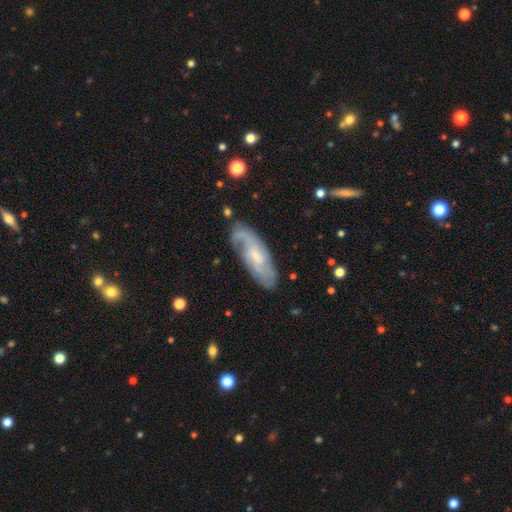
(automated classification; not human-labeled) Smooth or featured? featured or disk (71%)
Edge-on disk? no (87%)
Bar? no (51%)
Spiral arms? yes (91%)
Spiral winding? medium (43%)
Spiral arm count? 2 (52%)
Bulge size? small (56%)
Merging? none (70%)